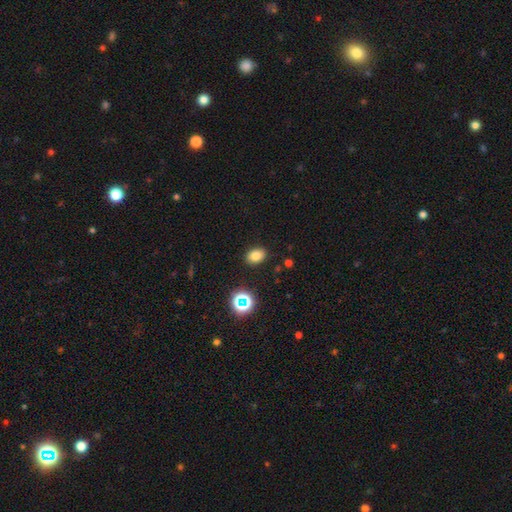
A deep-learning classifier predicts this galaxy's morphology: A smooth galaxy with no disk features (78%) that is in between round and cigar-shaped (70%). Merging: none (88%).